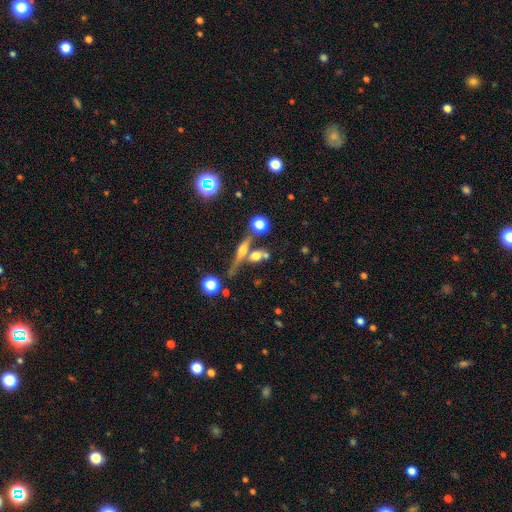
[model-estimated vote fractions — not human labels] The model was most divided on "smooth or featured": featured or disk: 43%, smooth: 42%, star or artifact: 15%. More confident: merging — none (52%).